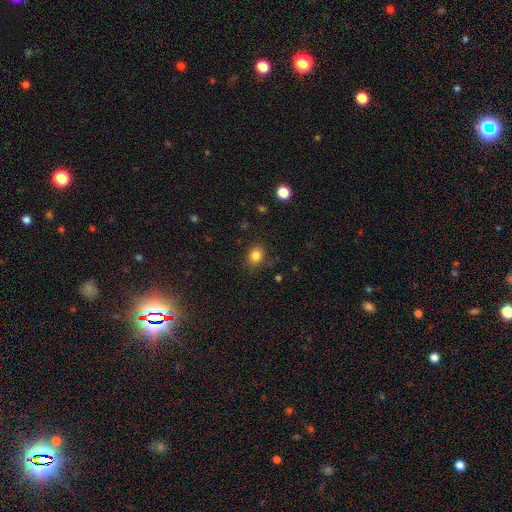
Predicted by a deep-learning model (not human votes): This is clearly a smooth galaxy (83%). How rounded: possibly round (59%). Merging: clearly none (82%).